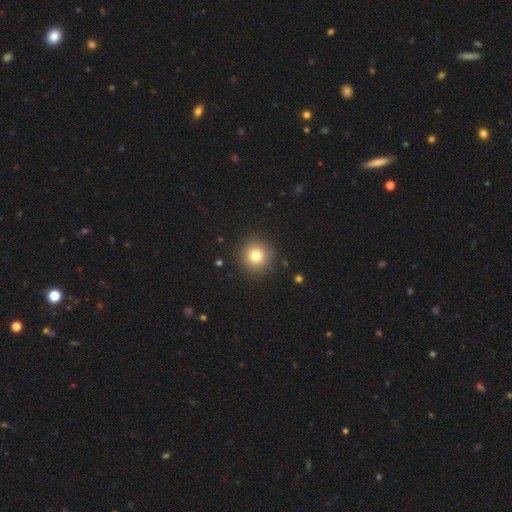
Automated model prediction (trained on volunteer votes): smooth 78%, star or artifact 13%, featured or disk 9%. Down the decision tree: how rounded — round (92%); merging — none (89%).